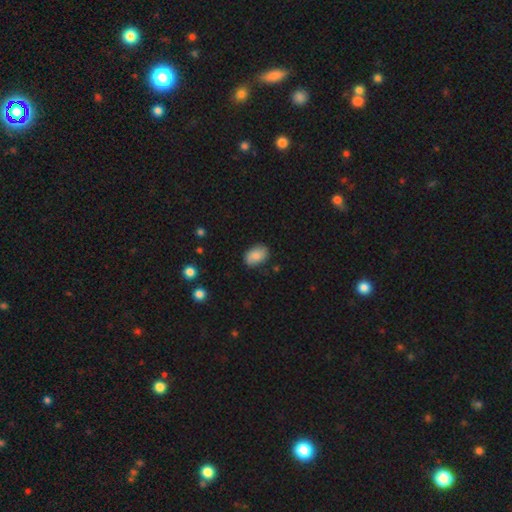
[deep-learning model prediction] Smooth or featured? smooth (78%)
How rounded? in between (86%)
Merging? none (79%)